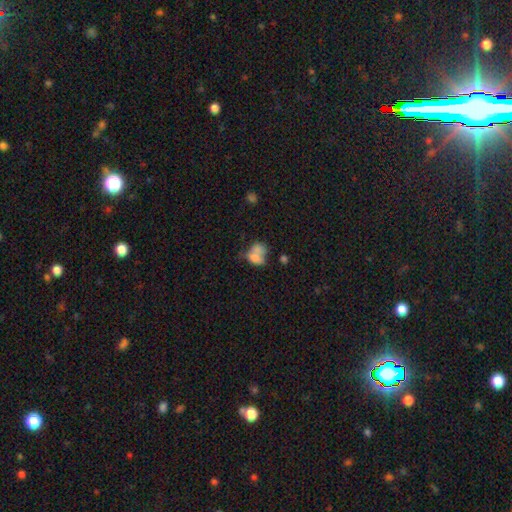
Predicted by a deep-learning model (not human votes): This is likely a smooth galaxy (68%). How rounded: likely in between (68%). Merging: possibly merger (46%).